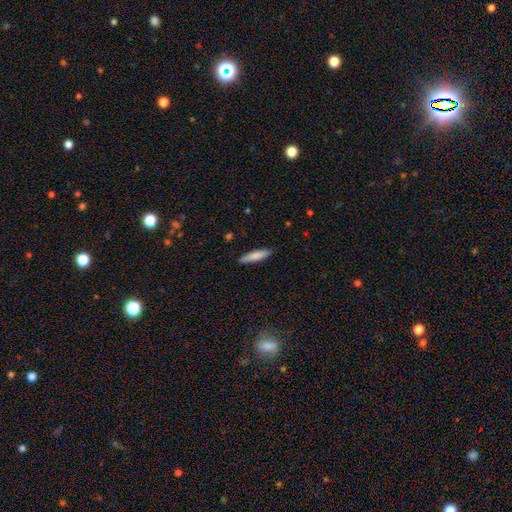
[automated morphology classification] A smooth galaxy with no disk features (80%) that is cigar-shaped (83%).

Vote fractions:
- Smooth or featured? smooth: 80% / featured or disk: 14% / star or artifact: 6%
- How rounded? cigar-shaped: 83% / in between: 16% / round: 1%
- Merging? none: 89% / minor disturbance: 8% / major disturbance: 2% / merger: 1%